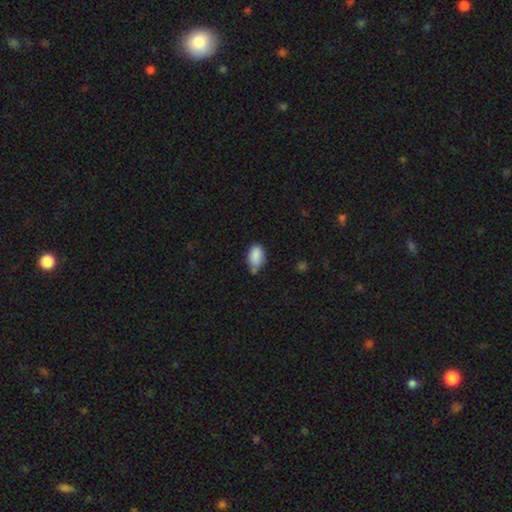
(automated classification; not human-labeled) smooth_or_featured: smooth (p=0.87) [alt: star or artifact p=0.08]
how_rounded: in between (p=0.89) [alt: round p=0.09]
merging: none (p=0.53) [alt: minor disturbance p=0.34]